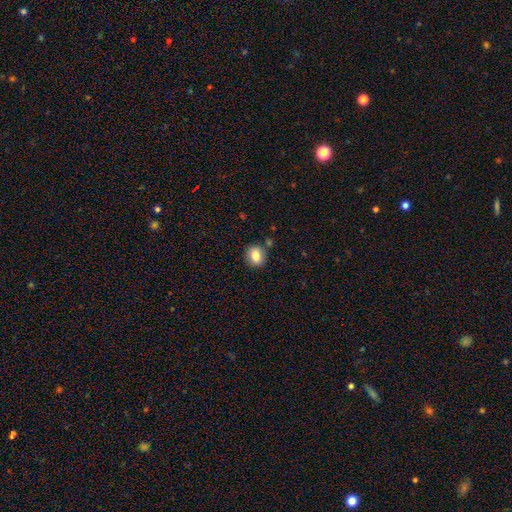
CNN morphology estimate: A smooth galaxy with no disk features (82%) that is round (62%).

Vote fractions:
- Smooth or featured? smooth: 82% / star or artifact: 9% / featured or disk: 8%
- How rounded? round: 62% / in between: 37% / cigar-shaped: 1%
- Merging? none: 82% / minor disturbance: 10% / merger: 5% / major disturbance: 2%